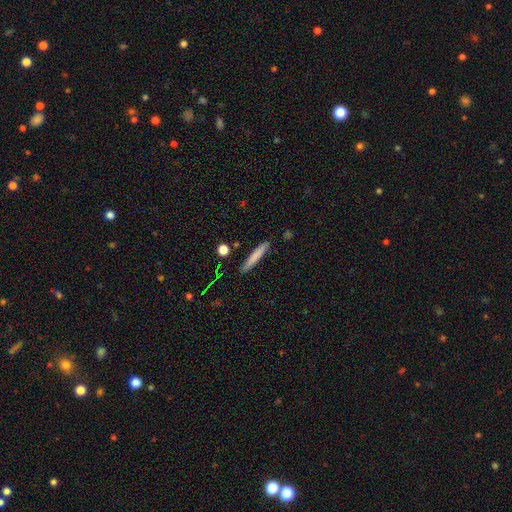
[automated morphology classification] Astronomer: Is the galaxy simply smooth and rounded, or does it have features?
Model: smooth — 76%.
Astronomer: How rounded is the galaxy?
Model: cigar-shaped — 94%.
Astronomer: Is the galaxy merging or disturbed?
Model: none — 88%.